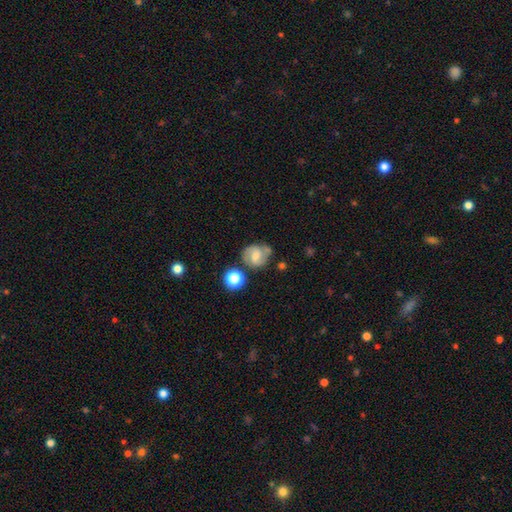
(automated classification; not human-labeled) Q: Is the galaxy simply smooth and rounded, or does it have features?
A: featured or disk — 60%.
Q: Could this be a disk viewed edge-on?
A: no — 97%.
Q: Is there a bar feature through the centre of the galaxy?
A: weak — 51%.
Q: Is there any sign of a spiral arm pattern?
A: yes — 88%.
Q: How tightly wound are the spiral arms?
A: medium — 49%.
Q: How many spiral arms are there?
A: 2 — 81%.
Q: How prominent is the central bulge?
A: moderate — 45%.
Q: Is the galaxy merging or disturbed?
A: none — 61%.